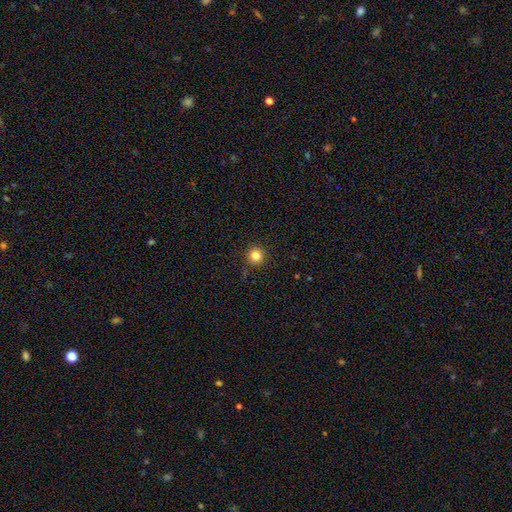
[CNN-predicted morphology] smooth-or-featured: smooth: 82% | star or artifact: 13% | featured or disk: 5%
  how-rounded: round: 95% | in between: 4% | cigar-shaped: 1%
  merging: none: 90% | minor disturbance: 6% | major disturbance: 2% | merger: 1%